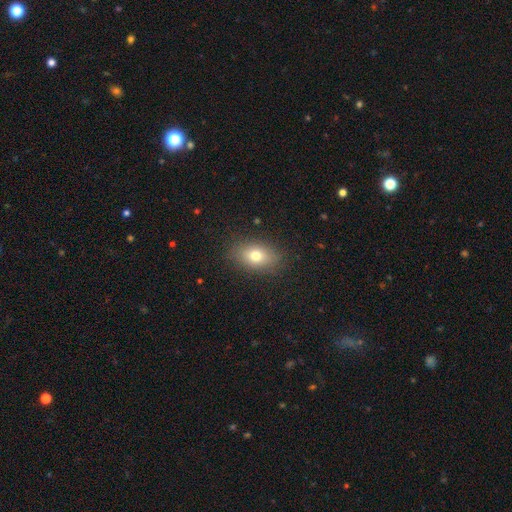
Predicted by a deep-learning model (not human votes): This is likely a smooth galaxy (75%). How rounded: clearly in between (81%). Merging: clearly none (85%).